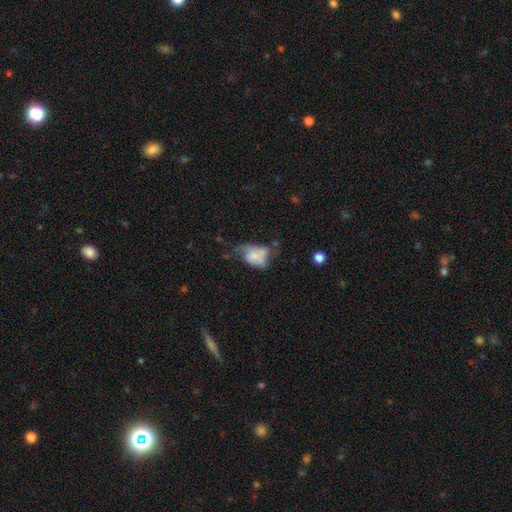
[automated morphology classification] Smooth or featured? smooth (56%)
How rounded? in between (80%)
Merging? major disturbance (31%)